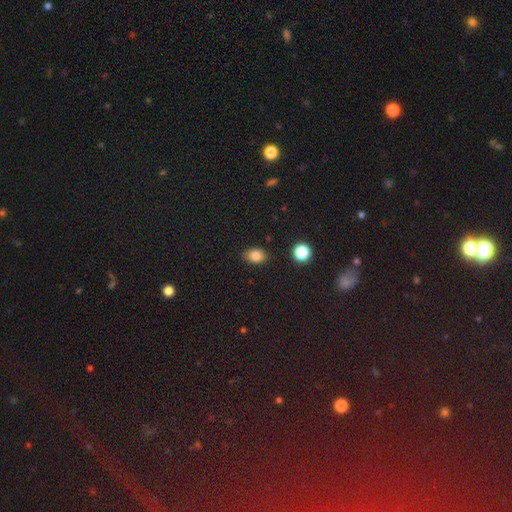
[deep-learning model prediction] smooth 83%, star or artifact 11%, featured or disk 7%. Down the decision tree: how rounded — in between (76%); merging — none (84%).